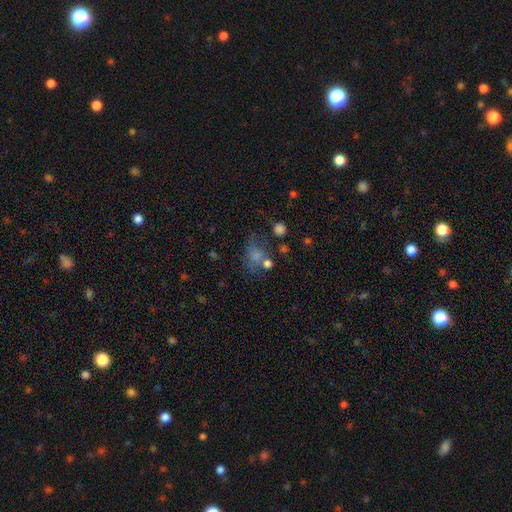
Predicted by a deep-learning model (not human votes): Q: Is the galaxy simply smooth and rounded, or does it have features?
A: smooth — 64%.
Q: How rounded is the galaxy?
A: in between — 59%.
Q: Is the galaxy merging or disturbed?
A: none — 42%.